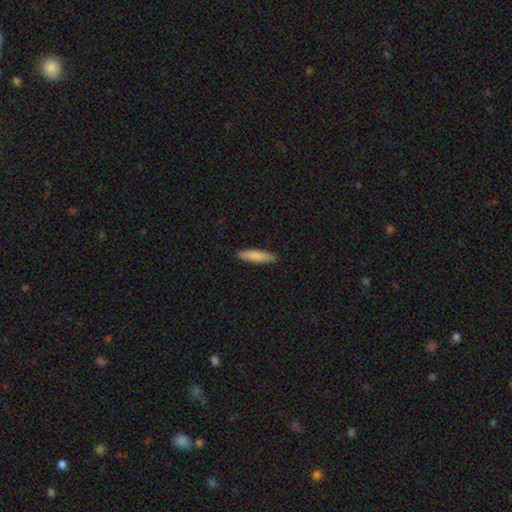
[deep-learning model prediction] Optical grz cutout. It shows a smooth galaxy with no disk features (84%) that is cigar-shaped (80%). Merging: none (90%).